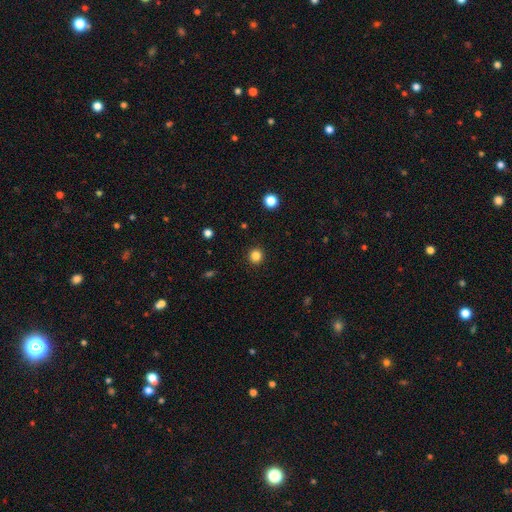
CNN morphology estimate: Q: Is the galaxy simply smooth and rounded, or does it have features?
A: smooth — 83%.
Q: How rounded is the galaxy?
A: round — 94%.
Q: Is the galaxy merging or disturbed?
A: none — 93%.